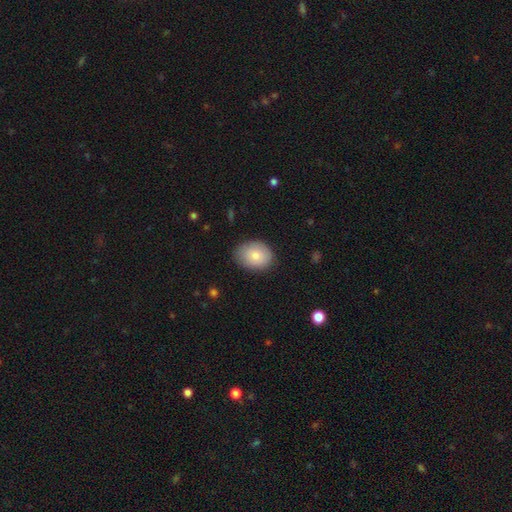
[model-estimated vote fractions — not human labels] smooth 82%, featured or disk 11%, star or artifact 7%. Down the decision tree: how rounded — in between (66%); merging — none (81%).